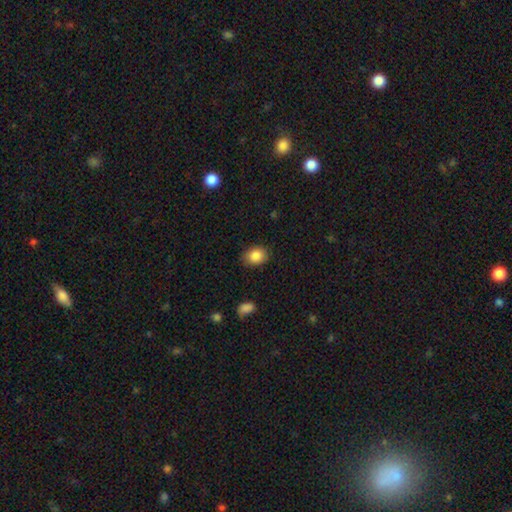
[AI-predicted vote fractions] smooth_or_featured: smooth (p=0.86) [alt: star or artifact p=0.09]
how_rounded: in between (p=0.61) [alt: round p=0.38]
merging: none (p=0.84) [alt: minor disturbance p=0.12]